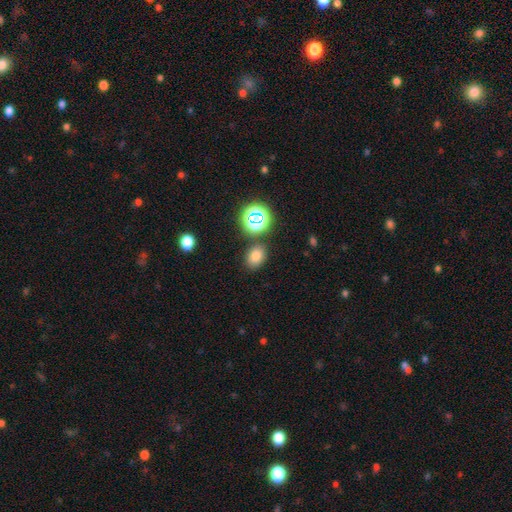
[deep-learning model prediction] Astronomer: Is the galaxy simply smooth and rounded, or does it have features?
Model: smooth — 74%.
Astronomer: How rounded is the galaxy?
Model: in between — 63%.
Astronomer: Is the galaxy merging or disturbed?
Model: none — 81%.